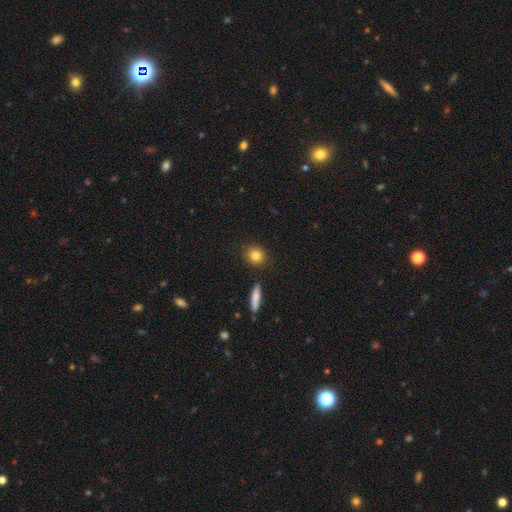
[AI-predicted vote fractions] The model was most divided on "how rounded": round: 72%, in between: 25%, cigar-shaped: 3%. More confident: merging — none (87%); smooth or featured — smooth (82%).